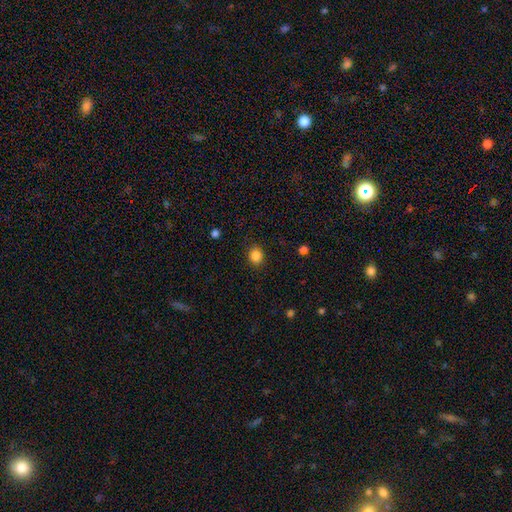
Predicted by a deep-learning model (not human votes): The model was most divided on "how rounded": round: 74%, in between: 25%, cigar-shaped: 1%. More confident: merging — none (88%); smooth or featured — smooth (86%).